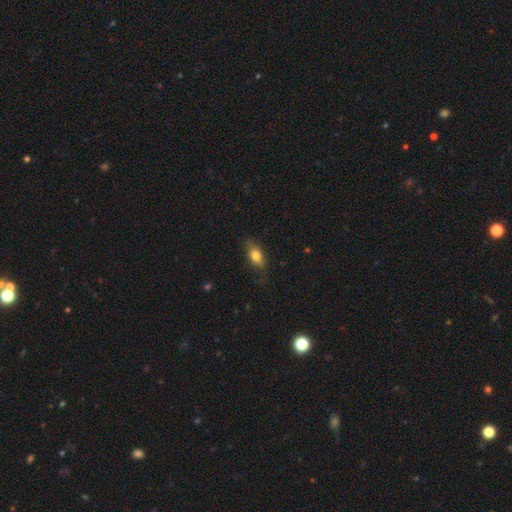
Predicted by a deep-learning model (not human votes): This appears to be a smooth galaxy with no disk features (78%) that is in between round and cigar-shaped (83%). Merging: none (77%).